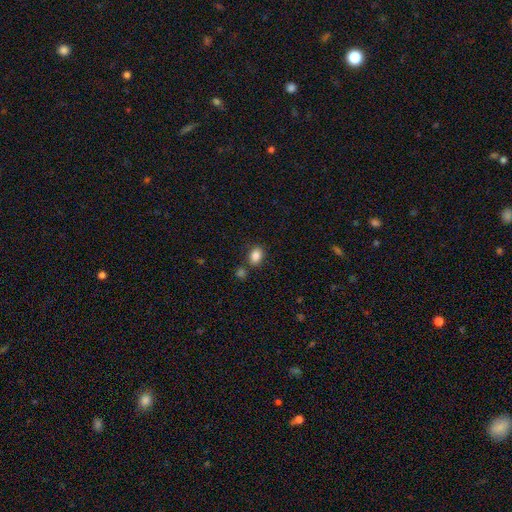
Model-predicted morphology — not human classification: Smooth or featured: smooth — 86% (star or artifact — 9%)
How rounded: in between — 76% (round — 23%)
Merging: none — 76% (minor disturbance — 11%)